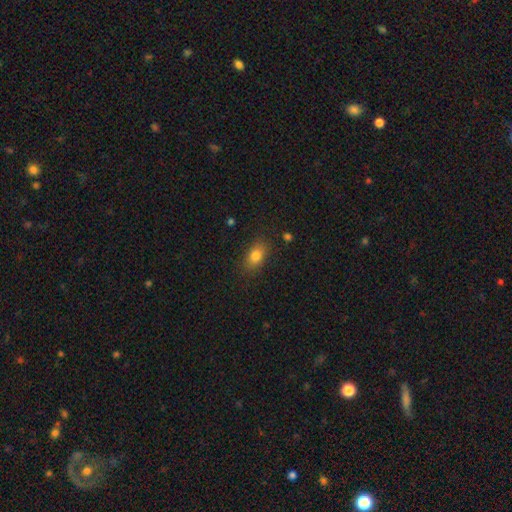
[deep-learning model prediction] Smooth or featured? smooth (81%)
How rounded? in between (79%)
Merging? none (83%)